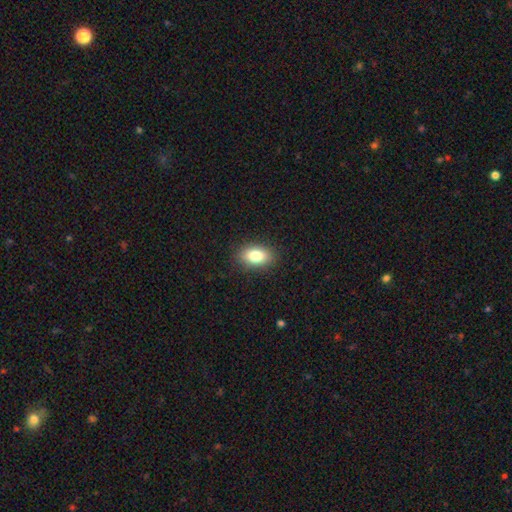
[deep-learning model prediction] smooth-or-featured: smooth: 80% | featured or disk: 11% | star or artifact: 9%
  how-rounded: in between: 86% | round: 12% | cigar-shaped: 2%
  merging: none: 88% | minor disturbance: 8% | major disturbance: 2% | merger: 1%